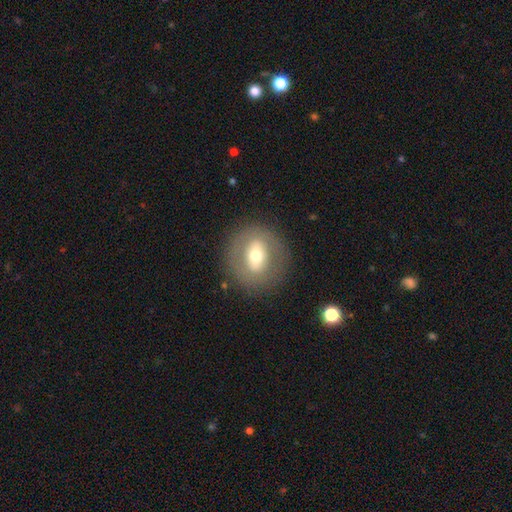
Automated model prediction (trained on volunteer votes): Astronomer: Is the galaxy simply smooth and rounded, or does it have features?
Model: smooth — 46% (runner-up: featured or disk, 45%).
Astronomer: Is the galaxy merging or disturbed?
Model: none — 83%.